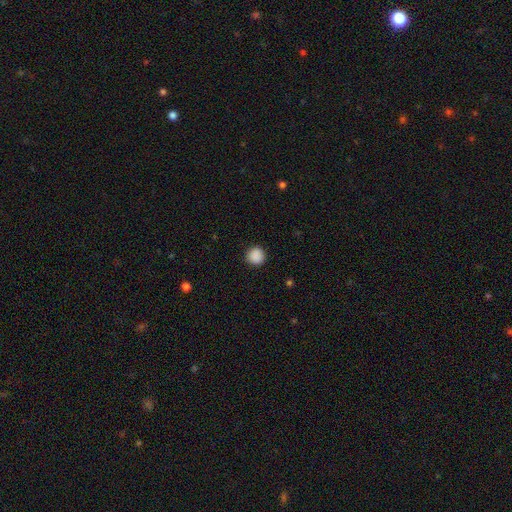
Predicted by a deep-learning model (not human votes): A smooth galaxy with no disk features (89%) that is round (94%).

Vote fractions:
- Smooth or featured? smooth: 89% / star or artifact: 9% / featured or disk: 2%
- How rounded? round: 94% / in between: 6% / cigar-shaped: 1%
- Merging? none: 91% / minor disturbance: 6% / major disturbance: 2% / merger: 1%